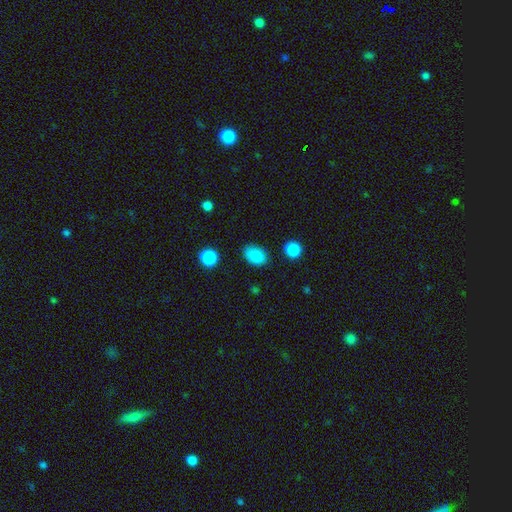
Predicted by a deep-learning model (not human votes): Q: Smooth or featured?
A: smooth (87%); runner-up: star or artifact (9%)
Q: How rounded?
A: in between (82%); runner-up: round (17%)
Q: Merging?
A: none (83%); runner-up: minor disturbance (12%)